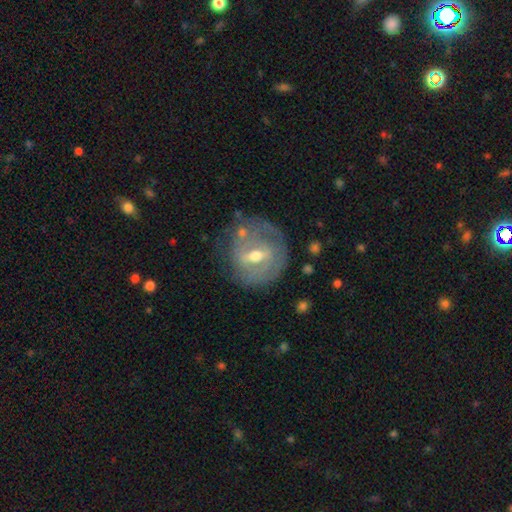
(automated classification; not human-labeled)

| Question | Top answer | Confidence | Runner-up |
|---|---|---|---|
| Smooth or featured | featured or disk | 72% | smooth (21%) |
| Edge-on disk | no | 93% | yes (7%) |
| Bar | weak | 48% | strong (34%) |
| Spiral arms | yes | 58% | no (42%) |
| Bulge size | moderate | 72% | small (21%) |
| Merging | none | 68% | minor disturbance (19%) |